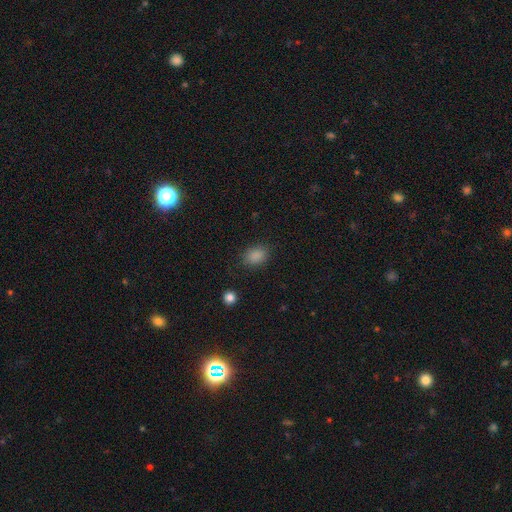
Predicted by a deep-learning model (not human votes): smooth 86%, star or artifact 10%, featured or disk 4%. Down the decision tree: how rounded — in between (73%); merging — none (82%).